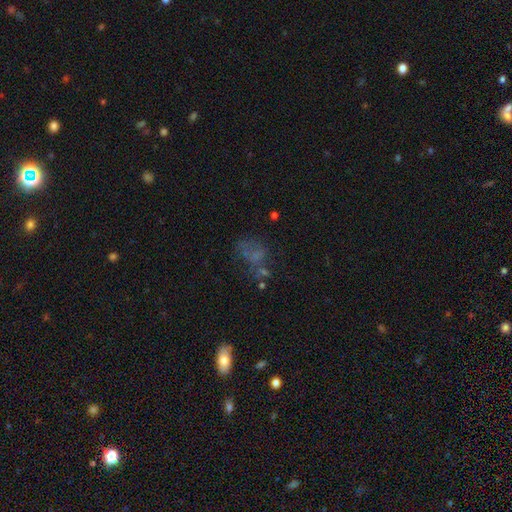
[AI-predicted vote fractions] Q: Smooth or featured?
A: smooth (38%); runner-up: featured or disk (35%)
Q: Merging?
A: none (40%); runner-up: major disturbance (28%)